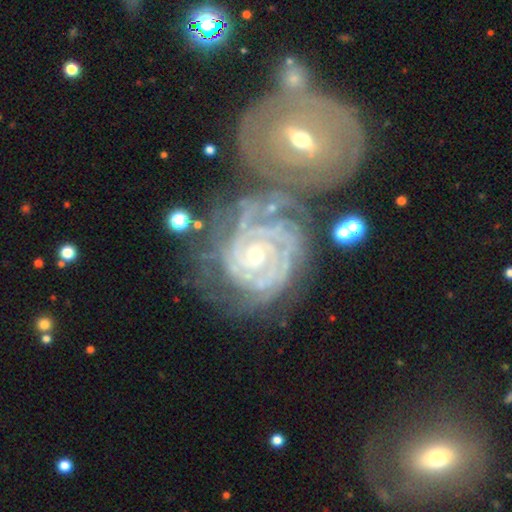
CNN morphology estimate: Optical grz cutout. It shows a featured or disk galaxy (92%) with no bar (72%), 3 (26%) tight (84%) spiral arms (98%) and a small central bulge (53%). Merging: none (36%).